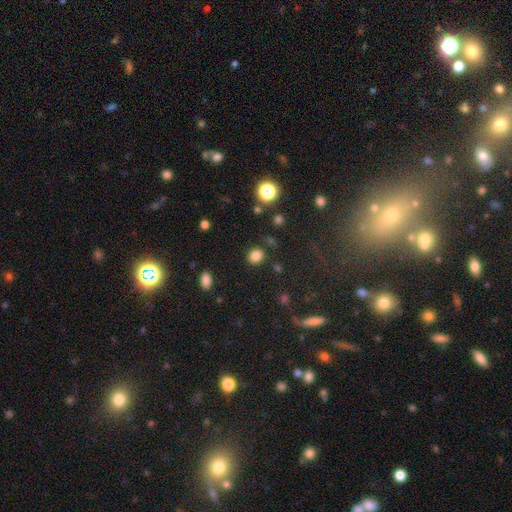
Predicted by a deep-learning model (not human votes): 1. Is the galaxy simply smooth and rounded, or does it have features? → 83% smooth, 13% star or artifact, 4% featured or disk.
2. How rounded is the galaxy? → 82% round, 17% in between, 1% cigar-shaped.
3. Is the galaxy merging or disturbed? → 86% none, 8% minor disturbance, 3% major disturbance, 3% merger.